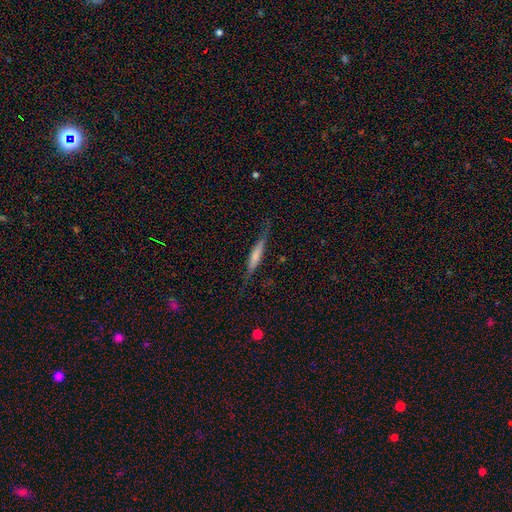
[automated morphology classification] smooth_or_featured: smooth (p=0.51) [alt: featured or disk p=0.43]
how_rounded: cigar-shaped (p=0.90) [alt: in between p=0.09]
merging: none (p=0.75) [alt: minor disturbance p=0.18]